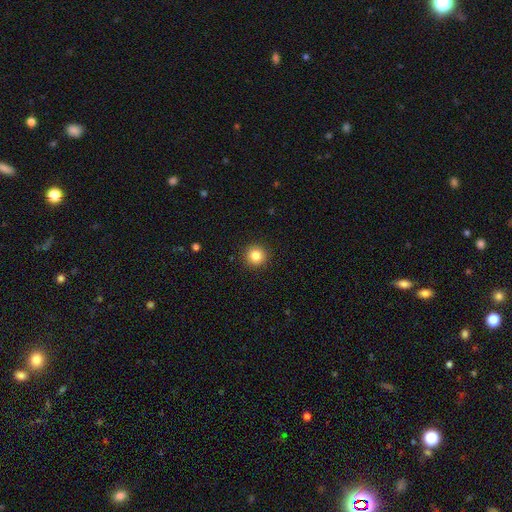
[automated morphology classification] Smooth or featured?
  - smooth: 84% *
  - star or artifact: 11%
  - featured or disk: 5%
How rounded?
  - round: 95% *
  - in between: 4%
  - cigar-shaped: 1%
Merging?
  - none: 92% *
  - minor disturbance: 5%
  - major disturbance: 2%
  - merger: 1%